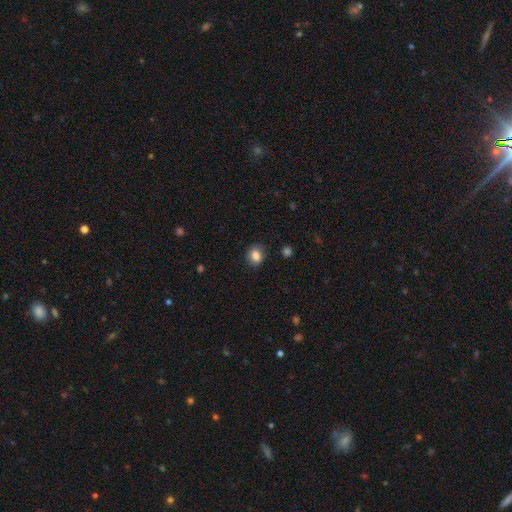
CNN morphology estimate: type=smooth (84%); roundness=round (63%); merging=none (87%).